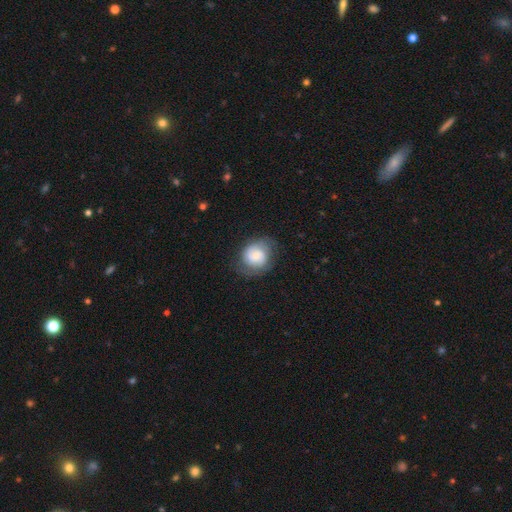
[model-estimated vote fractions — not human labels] This appears to be a smooth galaxy with no disk features (48%). Merging: none (69%).